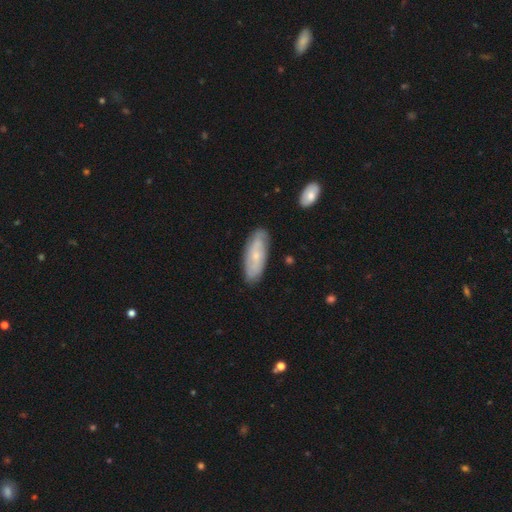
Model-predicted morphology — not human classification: Smooth or featured? Predicted: featured or disk (p=0.50). Merging? Predicted: none (p=0.81).